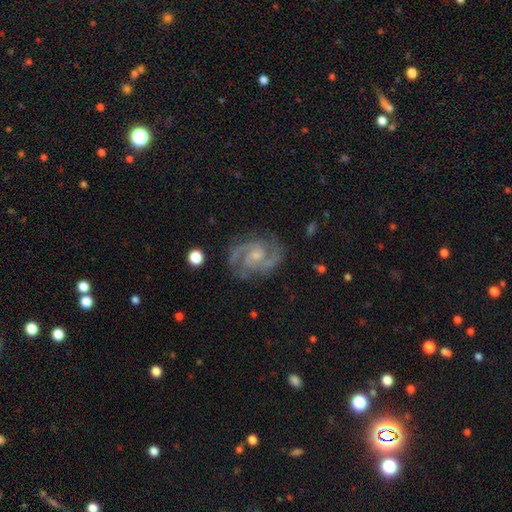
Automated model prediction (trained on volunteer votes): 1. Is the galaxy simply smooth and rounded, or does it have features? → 91% featured or disk, 5% star or artifact, 4% smooth.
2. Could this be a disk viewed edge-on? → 98% no, 2% yes.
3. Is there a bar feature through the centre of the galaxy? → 53% no, 39% weak, 7% strong.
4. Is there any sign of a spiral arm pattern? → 98% yes, 2% no.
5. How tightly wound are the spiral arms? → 55% medium, 36% tight, 9% loose.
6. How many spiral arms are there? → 68% 2, 18% 3, 5% can't tell, 3% 4, 3% 1, 3% more than 4.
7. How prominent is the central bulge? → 58% small, 30% moderate, 10% none, 2% large, 1% dominant.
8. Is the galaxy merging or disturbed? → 77% none, 15% minor disturbance, 6% major disturbance, 1% merger.